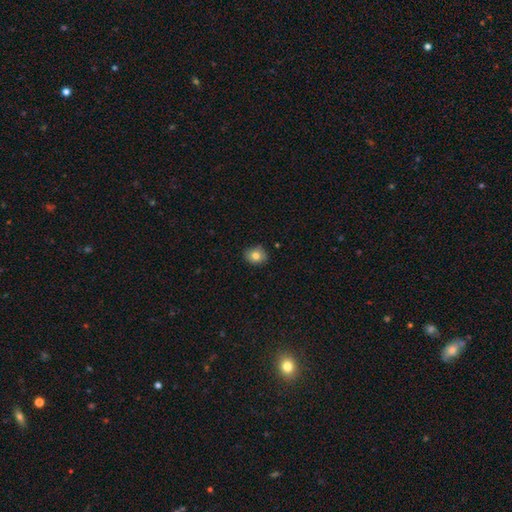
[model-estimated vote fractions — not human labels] smooth_or_featured: smooth (p=0.80) [alt: featured or disk p=0.11]
how_rounded: round (p=0.62) [alt: in between p=0.37]
merging: none (p=0.84) [alt: minor disturbance p=0.12]